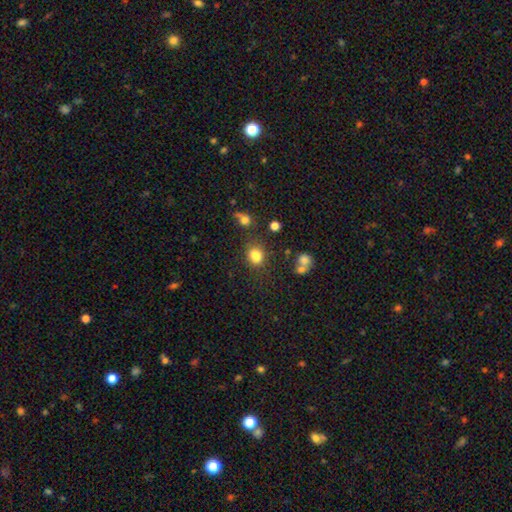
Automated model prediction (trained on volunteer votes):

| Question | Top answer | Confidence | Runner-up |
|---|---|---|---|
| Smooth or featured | smooth | 80% | star or artifact (14%) |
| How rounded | round | 59% | in between (40%) |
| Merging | none | 67% | minor disturbance (15%) |